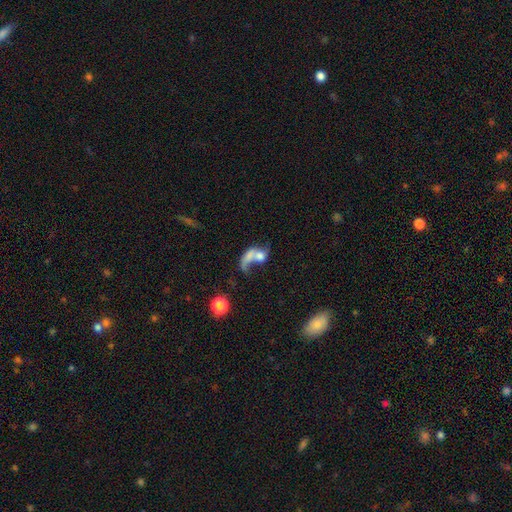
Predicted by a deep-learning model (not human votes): This is possibly a smooth galaxy (50%). Merging: possibly merger (59%).